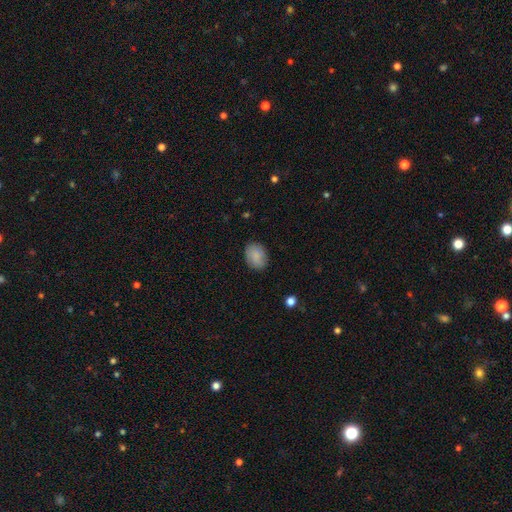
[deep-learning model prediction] This is clearly a smooth galaxy (87%). How rounded: likely in between (70%). Merging: clearly none (84%).